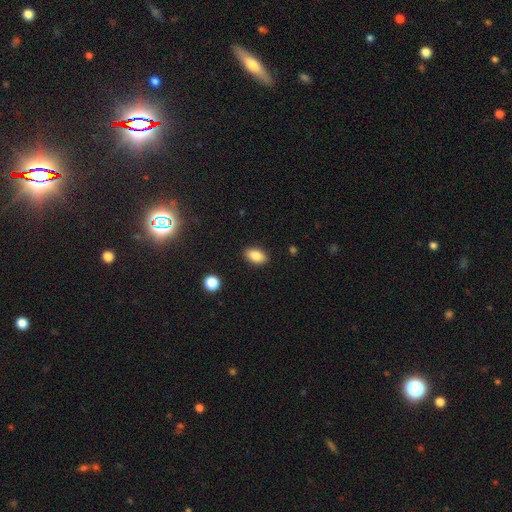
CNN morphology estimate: The model was most divided on "smooth or featured": smooth: 85%, star or artifact: 9%, featured or disk: 6%. More confident: how rounded — in between (91%); merging — none (89%).